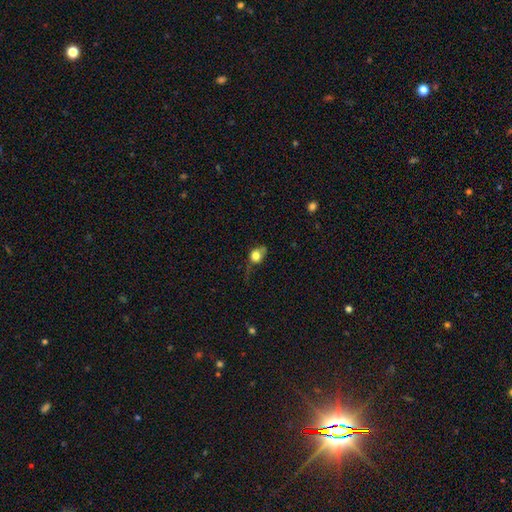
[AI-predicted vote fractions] A smooth galaxy with no disk features (73%) that is round (52%). Merging: major disturbance (33%).